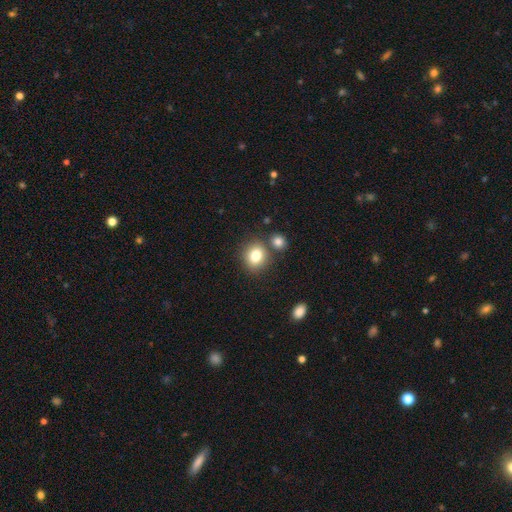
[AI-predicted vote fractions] Smooth or featured? Predicted: smooth (p=0.81). How rounded? Predicted: round (p=0.72). Merging? Predicted: none (p=0.72).